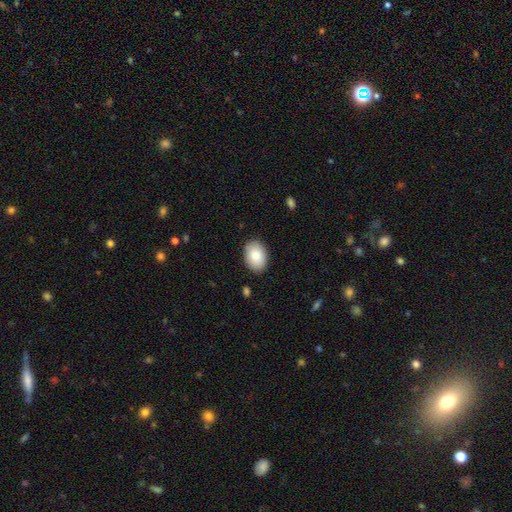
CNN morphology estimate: Smooth or featured? Predicted: smooth (p=0.85). How rounded? Predicted: in between (p=0.83). Merging? Predicted: none (p=0.88).